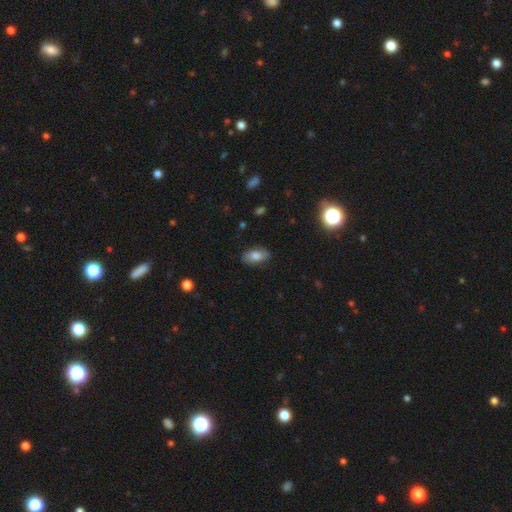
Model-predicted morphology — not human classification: Smooth or featured? smooth (73%)
How rounded? in between (92%)
Merging? none (84%)